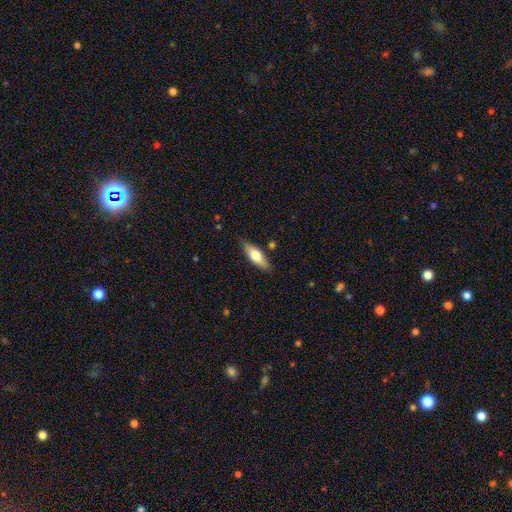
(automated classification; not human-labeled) A smooth galaxy with no disk features (61%) that is in between round and cigar-shaped (60%). Merging: none (83%).